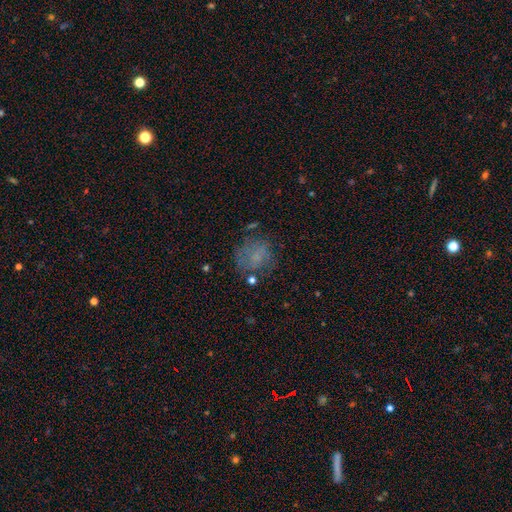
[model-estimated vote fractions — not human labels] Smooth or featured? Predicted: smooth (p=0.56). How rounded? Predicted: round (p=0.71). Merging? Predicted: none (p=0.58).